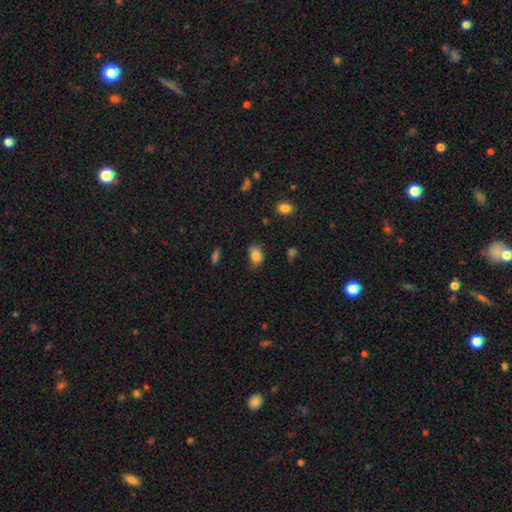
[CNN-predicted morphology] This appears to be a smooth galaxy with no disk features (83%) that is in between round and cigar-shaped (83%). Merging: none (58%).